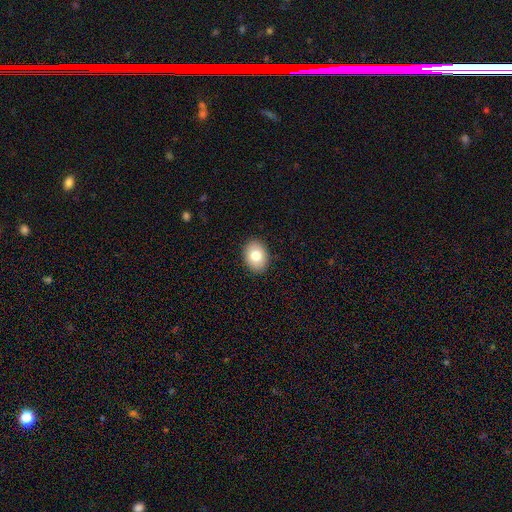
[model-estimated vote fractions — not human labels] This is likely a smooth galaxy (79%). How rounded: likely in between (67%). Merging: clearly none (90%).